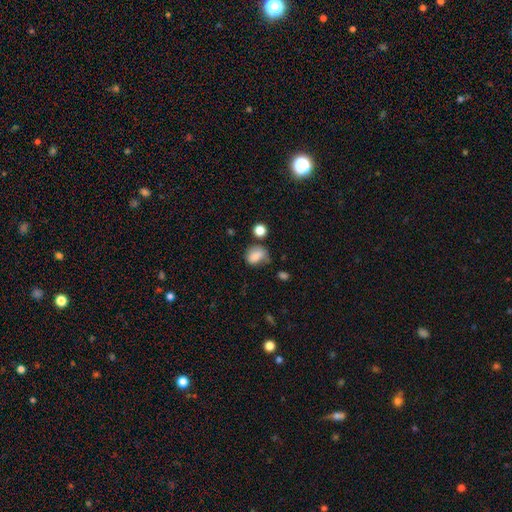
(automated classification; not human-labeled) The model was most divided on "merging": none: 47%, minor disturbance: 31%, major disturbance: 13%, merger: 8%. More confident: smooth or featured — smooth (81%); how rounded — in between (58%).